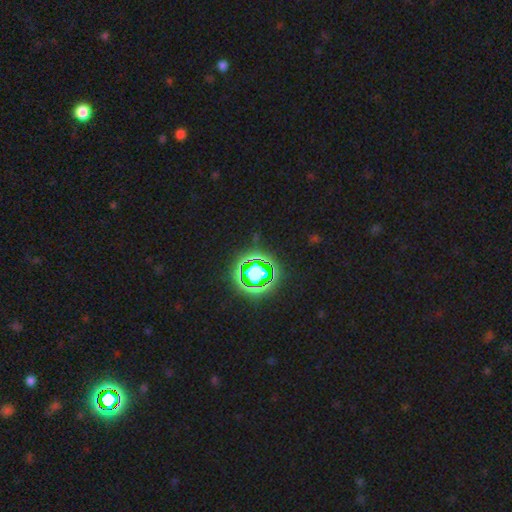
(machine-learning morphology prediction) A star or artifact, not a galaxy (81%).